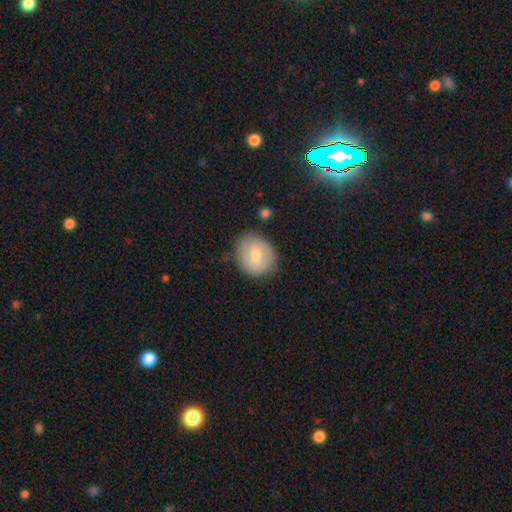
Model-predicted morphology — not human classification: smooth_or_featured: smooth (p=0.64) [alt: featured or disk p=0.30]
how_rounded: round (p=0.70) [alt: in between p=0.29]
merging: none (p=0.79) [alt: minor disturbance p=0.15]